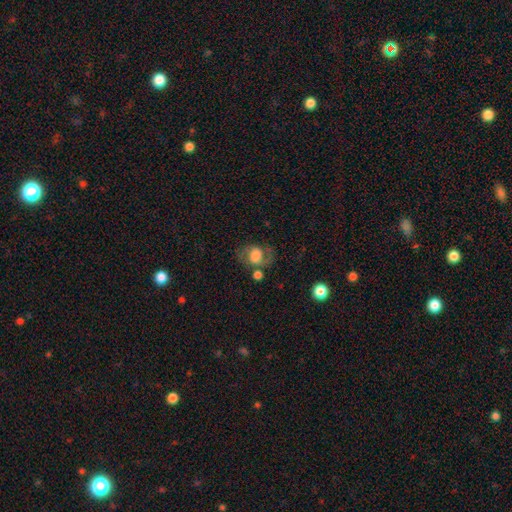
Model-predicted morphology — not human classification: A featured or disk galaxy (50%).

Vote fractions:
- Smooth or featured? featured or disk: 50% / smooth: 41% / star or artifact: 9%
- Edge-on disk? no: 96% / yes: 4%
- Merging? none: 56% / minor disturbance: 19% / major disturbance: 14% / merger: 12%